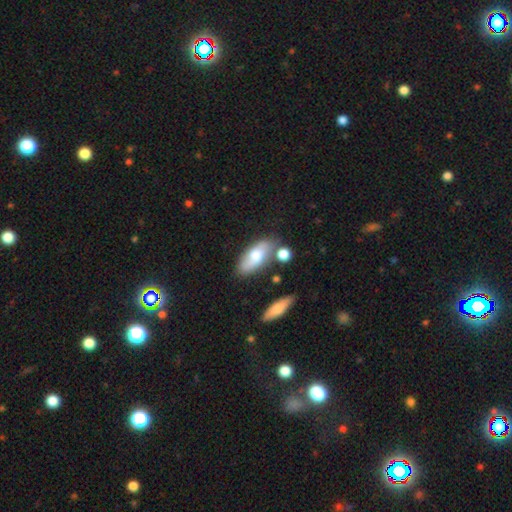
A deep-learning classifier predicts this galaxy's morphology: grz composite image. It shows a smooth galaxy with no disk features (62%) that is in between round and cigar-shaped (84%). Merging: none (64%).